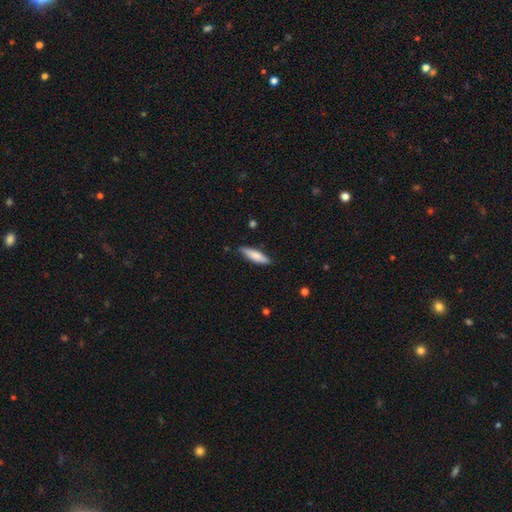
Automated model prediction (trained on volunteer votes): Smooth or featured? Predicted: smooth (p=0.79). How rounded? Predicted: cigar-shaped (p=0.63). Merging? Predicted: none (p=0.83).